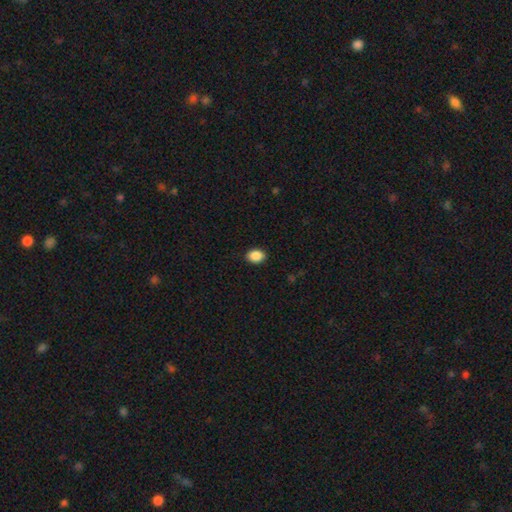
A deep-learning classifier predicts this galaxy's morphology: This appears to be a smooth galaxy with no disk features (89%) that is in between round and cigar-shaped (70%). Merging: none (90%).